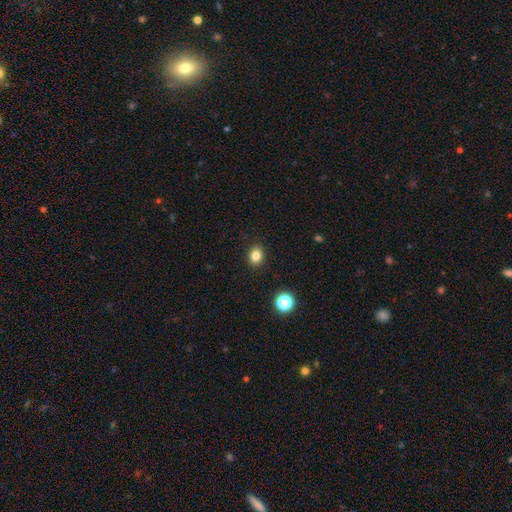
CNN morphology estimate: Q: Smooth or featured?
A: smooth (82%); runner-up: star or artifact (12%)
Q: How rounded?
A: round (55%); runner-up: in between (44%)
Q: Merging?
A: none (91%); runner-up: minor disturbance (6%)